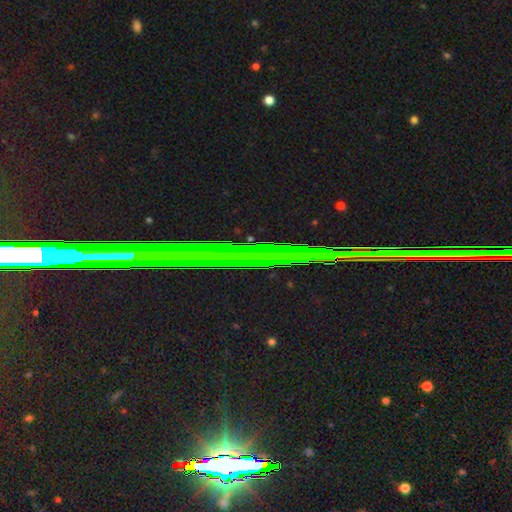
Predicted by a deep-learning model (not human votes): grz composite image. It shows a star or artifact, not a galaxy (70%).